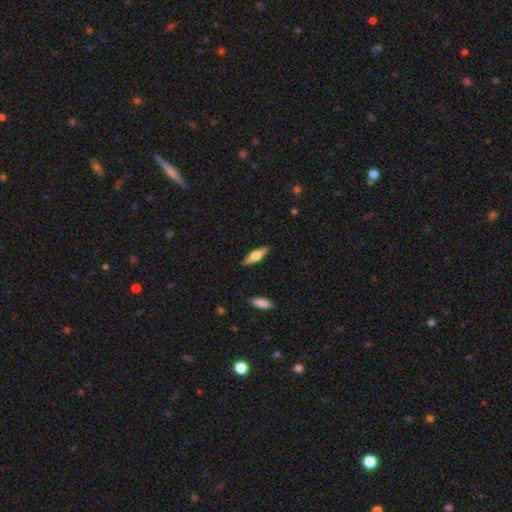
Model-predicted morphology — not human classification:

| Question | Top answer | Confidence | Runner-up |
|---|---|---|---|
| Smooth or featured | featured or disk | 55% | smooth (39%) |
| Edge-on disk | yes | 95% | no (5%) |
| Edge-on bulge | rounded | 91% | boxy (7%) |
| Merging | none | 88% | minor disturbance (9%) |